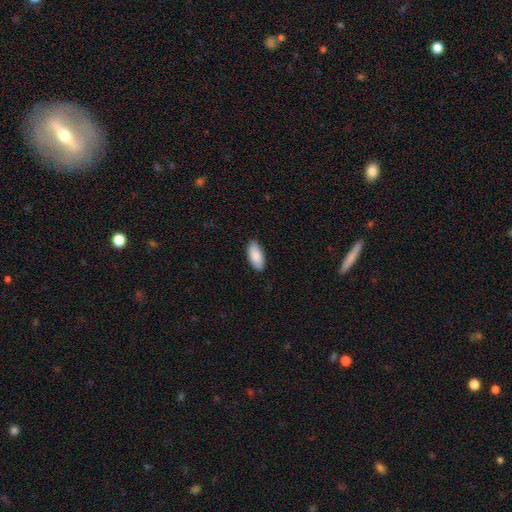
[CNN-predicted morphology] A smooth galaxy with no disk features (89%) that is in between round and cigar-shaped (91%).

Vote fractions:
- Smooth or featured? smooth: 89% / featured or disk: 6% / star or artifact: 5%
- How rounded? in between: 91% / cigar-shaped: 7% / round: 2%
- Merging? none: 87% / minor disturbance: 11% / major disturbance: 2% / merger: 1%